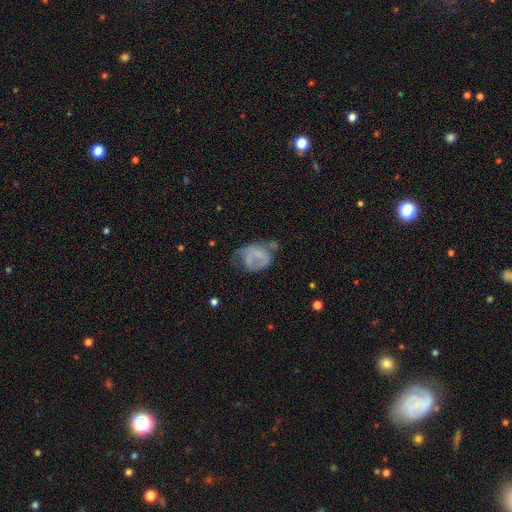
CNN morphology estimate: Smooth or featured: smooth — 47% (featured or disk — 42%)
Merging: major disturbance — 36% (minor disturbance — 30%)